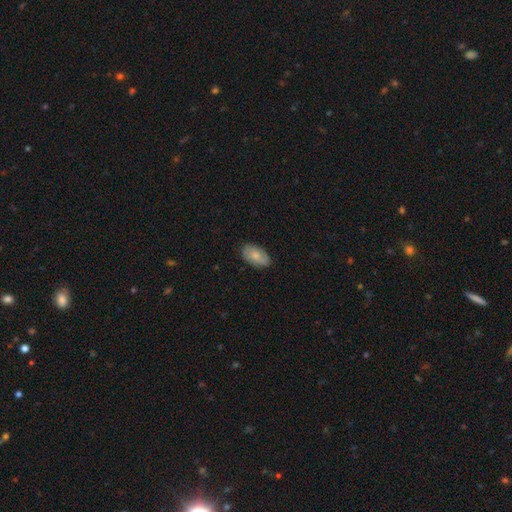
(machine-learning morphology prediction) This is likely a smooth galaxy (64%). How rounded: clearly in between (93%). Merging: clearly none (82%).